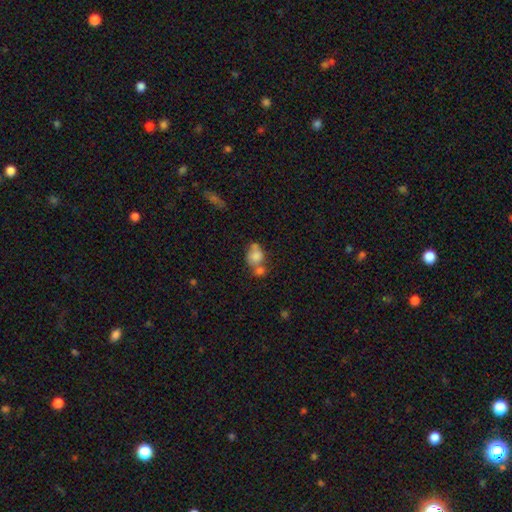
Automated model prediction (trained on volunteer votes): smooth 75%, featured or disk 15%, star or artifact 10%. Down the decision tree: how rounded — in between (57%); merging — merger (48%).